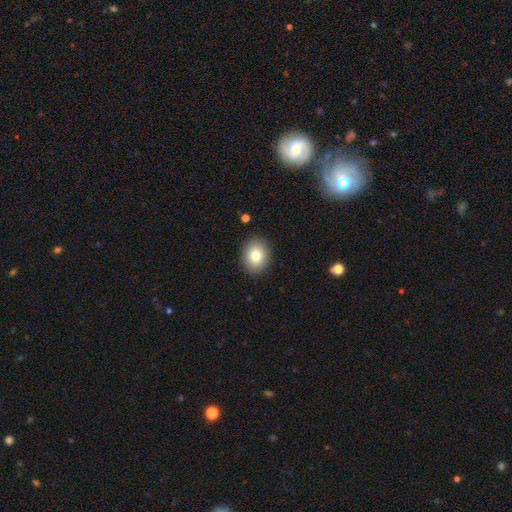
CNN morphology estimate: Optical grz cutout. It shows a smooth galaxy with no disk features (81%) that is round (53%). Merging: none (89%).